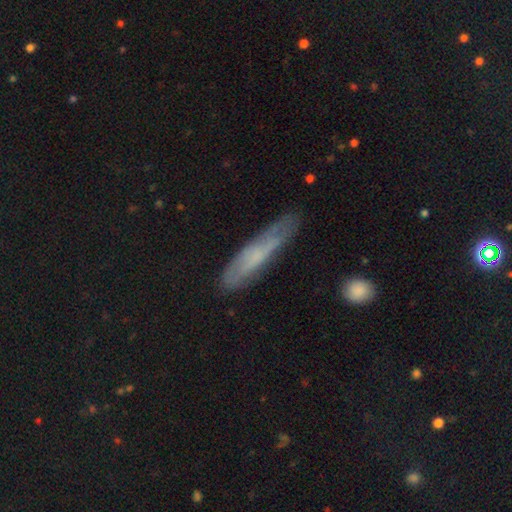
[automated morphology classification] A smooth galaxy with no disk features (53%) that is cigar-shaped (80%). Merging: none (64%).